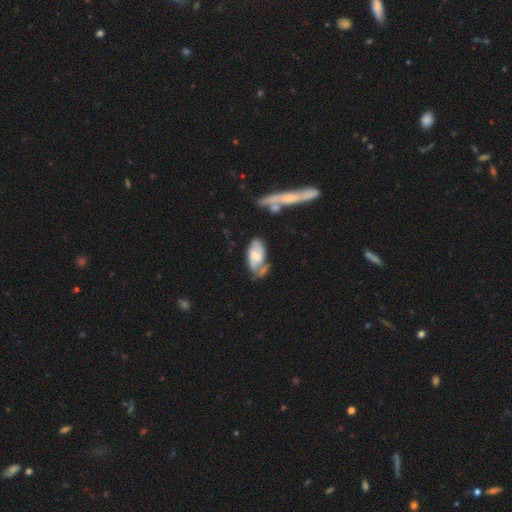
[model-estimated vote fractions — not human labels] smooth-or-featured: featured or disk: 48% | smooth: 46% | star or artifact: 6%
  merging: none: 37% | minor disturbance: 28% | merger: 19% | major disturbance: 16%